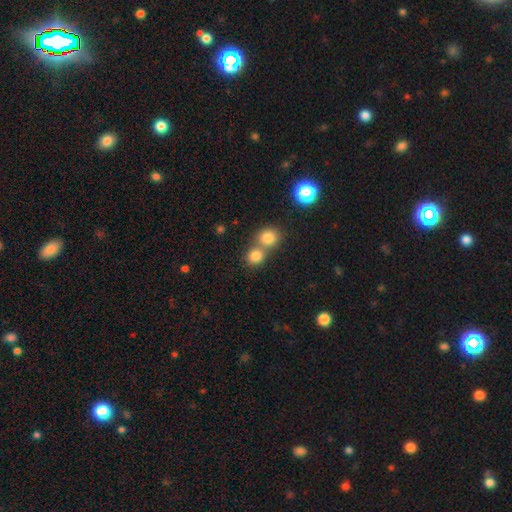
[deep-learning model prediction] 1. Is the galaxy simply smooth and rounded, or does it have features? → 81% smooth, 12% star or artifact, 7% featured or disk.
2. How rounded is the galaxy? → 83% round, 16% in between, 1% cigar-shaped.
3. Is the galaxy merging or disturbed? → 46% none (tied), 46% merger (tied), 6% minor disturbance, 3% major disturbance.